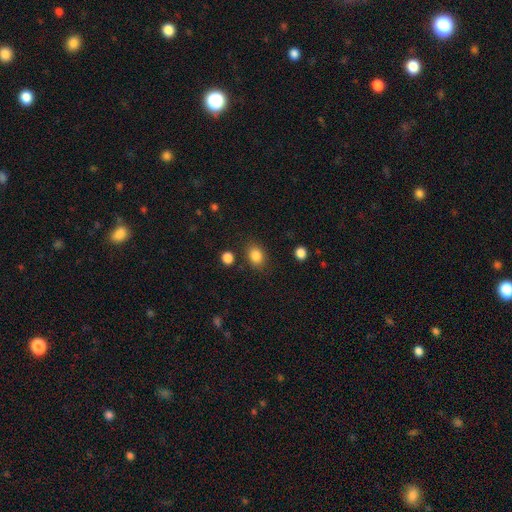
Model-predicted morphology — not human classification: smooth_or_featured: smooth (p=0.86) [alt: star or artifact p=0.09]
how_rounded: in between (p=0.62) [alt: round p=0.37]
merging: none (p=0.81) [alt: minor disturbance p=0.11]